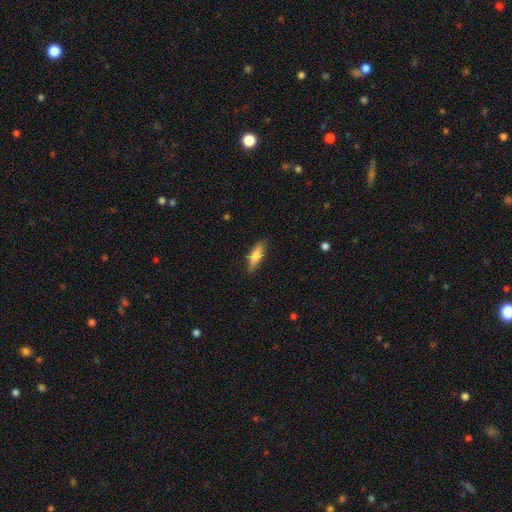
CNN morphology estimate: smooth 61%, featured or disk 32%, star or artifact 6%. Down the decision tree: how rounded — cigar-shaped (55%); merging — none (85%).